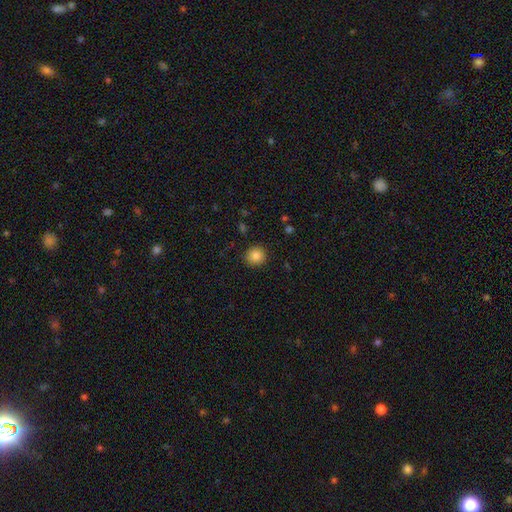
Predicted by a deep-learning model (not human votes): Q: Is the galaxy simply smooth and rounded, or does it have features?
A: smooth — 85%.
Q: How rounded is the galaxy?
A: round — 92%.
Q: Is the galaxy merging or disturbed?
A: none — 90%.